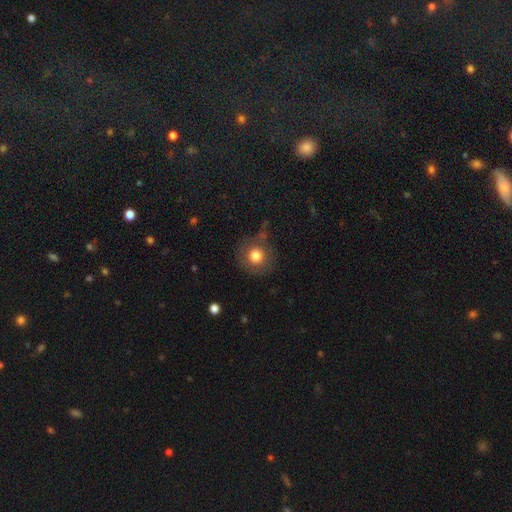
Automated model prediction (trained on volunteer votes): Smooth or featured? Predicted: smooth (p=0.76). How rounded? Predicted: round (p=0.93). Merging? Predicted: none (p=0.76).